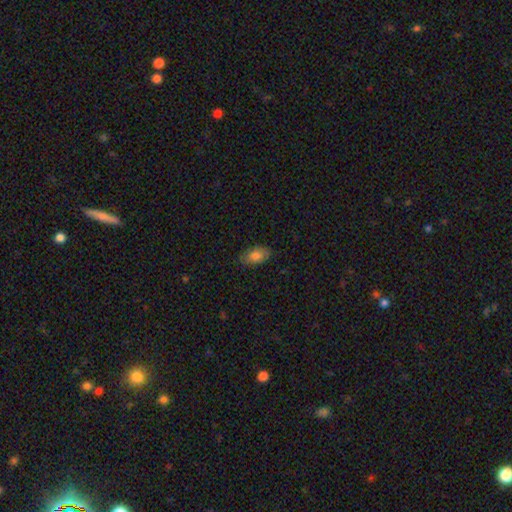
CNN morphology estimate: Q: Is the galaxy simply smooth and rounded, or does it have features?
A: smooth — 82%.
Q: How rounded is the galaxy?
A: in between — 93%.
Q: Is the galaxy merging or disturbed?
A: none — 81%.